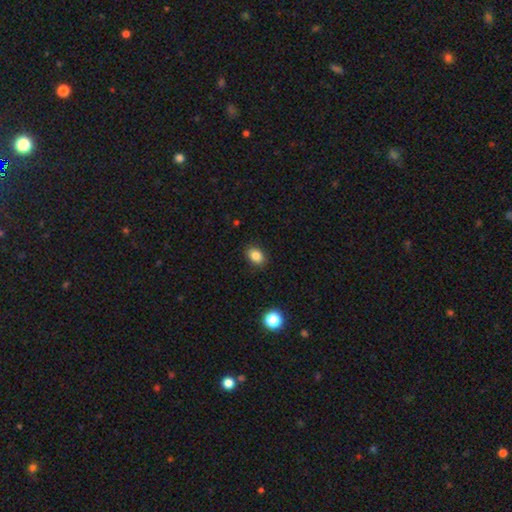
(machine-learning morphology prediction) A smooth galaxy with no disk features (84%) that is in between round and cigar-shaped (73%). Merging: none (89%).